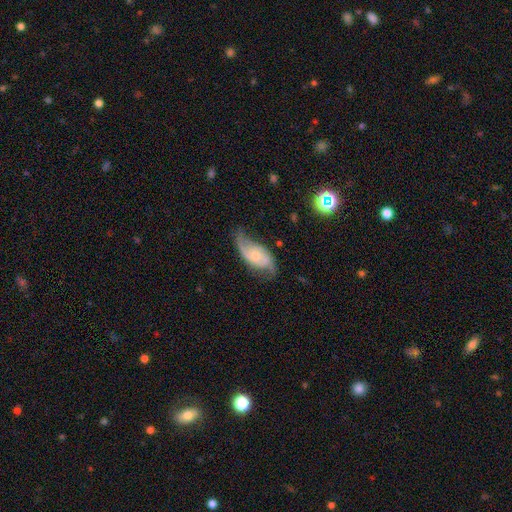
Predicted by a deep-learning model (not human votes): Smooth or featured?
  - featured or disk: 80% *
  - smooth: 14%
  - star or artifact: 6%
Edge-on disk?
  - no: 95% *
  - yes: 5%
Bar?
  - no: 64% *
  - weak: 29%
  - strong: 7%
Spiral arms?
  - yes: 94% *
  - no: 6%
Spiral winding?
  - loose: 46% *
  - medium: 39%
  - tight: 14%
Spiral arm count?
  - 2: 87% *
  - can't tell: 6%
  - 1: 3%
  - 3: 2%
  - 4: 1%
  - more than 4: 1%
Bulge size?
  - small: 62% *
  - moderate: 29%
  - none: 5%
  - large: 2%
  - dominant: 1%
Merging?
  - none: 64% *
  - minor disturbance: 23%
  - major disturbance: 11%
  - merger: 2%